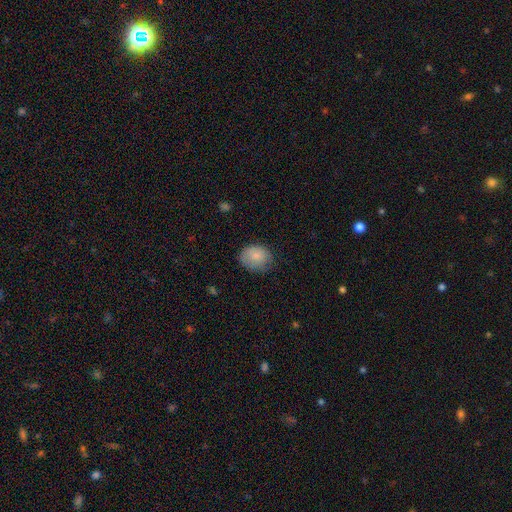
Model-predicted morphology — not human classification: type=smooth (81%); roundness=round (53%); merging=none (68%).